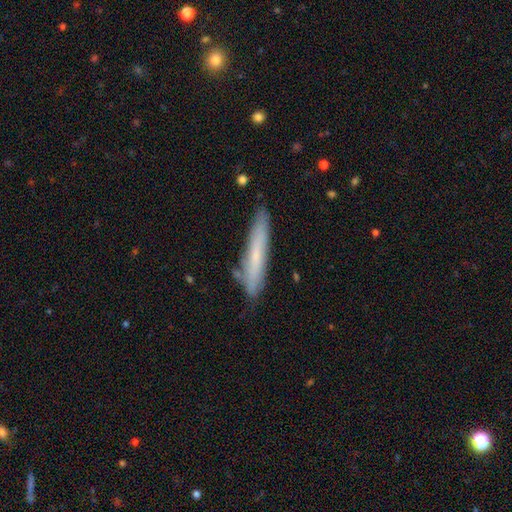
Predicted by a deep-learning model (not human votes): smooth 57%, featured or disk 36%, star or artifact 7%. Down the decision tree: how rounded — cigar-shaped (91%); merging — none (79%).